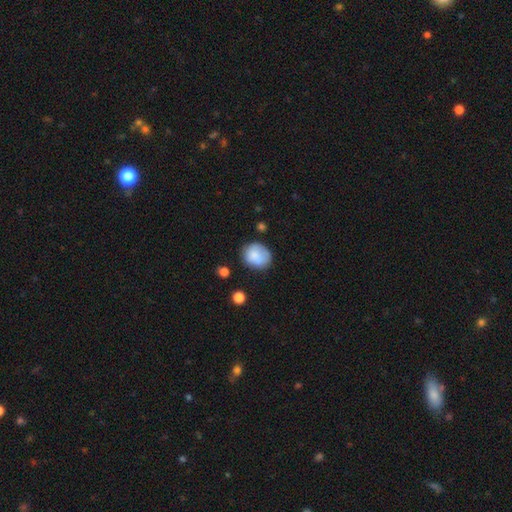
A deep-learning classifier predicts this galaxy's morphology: Smooth or featured? smooth (82%)
How rounded? round (62%)
Merging? none (66%)